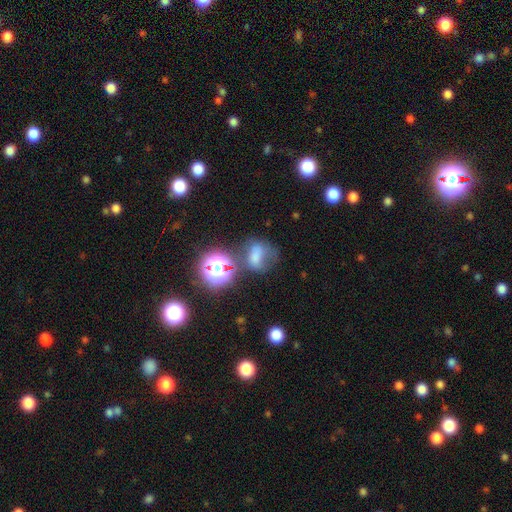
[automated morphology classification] Overall: smooth (57%; star or artifact 24%). How rounded: in between (56%; round 42%). Merging: none (38%; minor disturbance 22%).